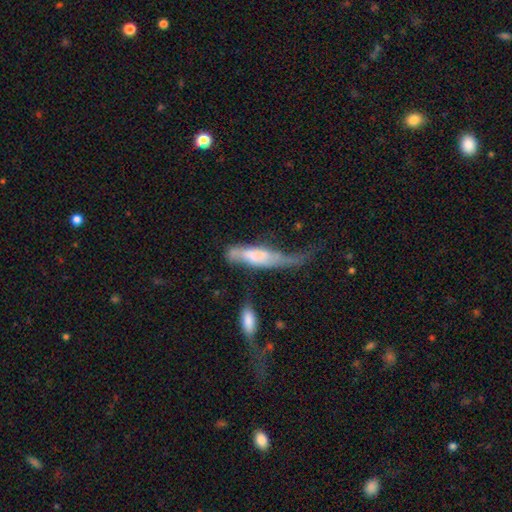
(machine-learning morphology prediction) A smooth galaxy with no disk features (50%) that is cigar-shaped (58%). Merging: major disturbance (48%).